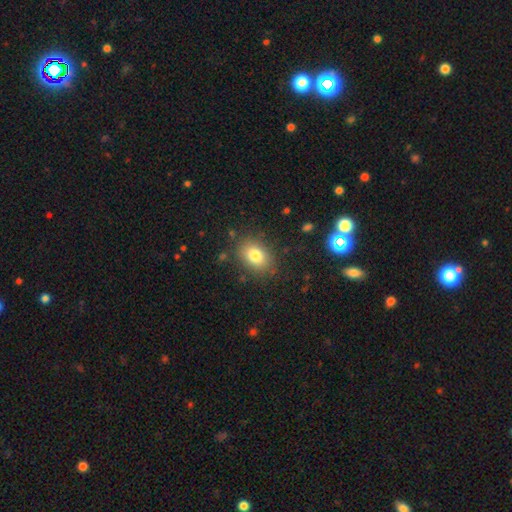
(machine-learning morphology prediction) smooth_or_featured: smooth (p=0.79) [alt: star or artifact p=0.11]
how_rounded: in between (p=0.72) [alt: round p=0.27]
merging: none (p=0.85) [alt: minor disturbance p=0.10]